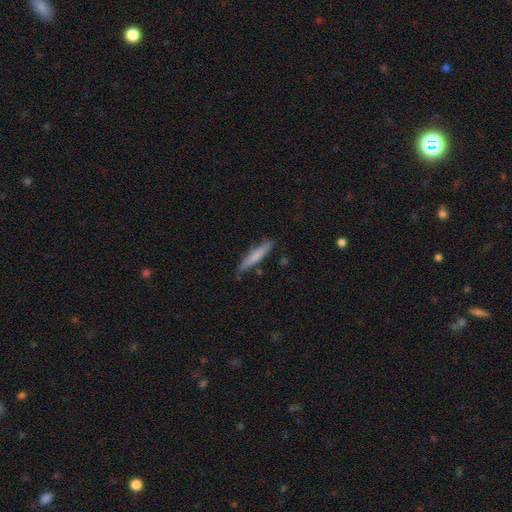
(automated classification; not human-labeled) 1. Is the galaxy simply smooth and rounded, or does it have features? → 69% smooth, 25% featured or disk, 6% star or artifact.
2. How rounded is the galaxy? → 92% cigar-shaped, 7% in between, 1% round.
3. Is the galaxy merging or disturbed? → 73% none, 20% minor disturbance, 4% major disturbance, 3% merger.